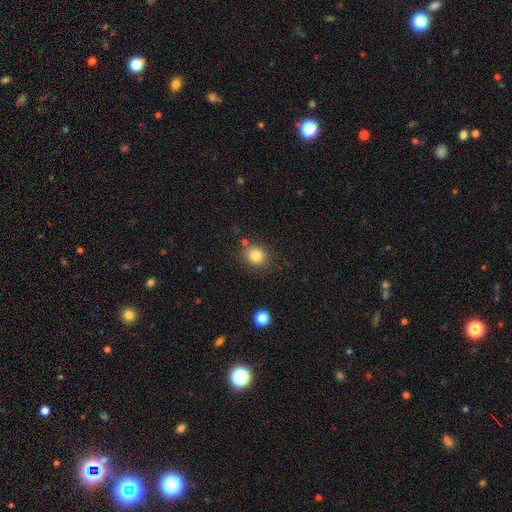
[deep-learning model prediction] The model was most divided on "how rounded": round: 74%, in between: 25%, cigar-shaped: 1%. More confident: smooth or featured — smooth (83%); merging — none (80%).